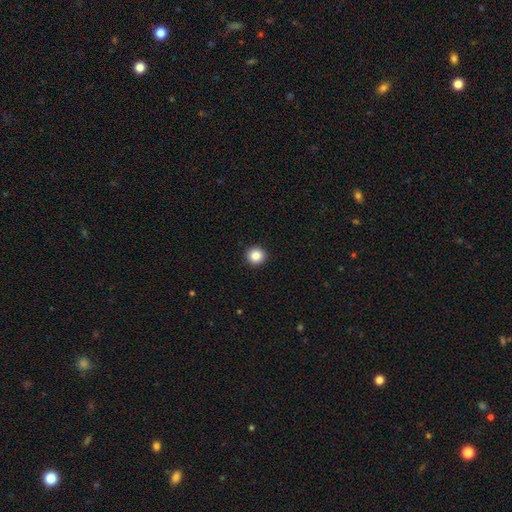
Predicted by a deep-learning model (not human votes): A smooth galaxy with no disk features (85%) that is round (95%). Merging: none (94%).